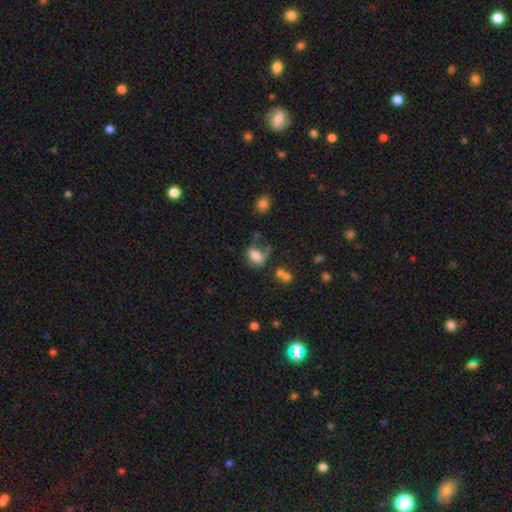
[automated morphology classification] Smooth or featured?
  - smooth: 74% *
  - featured or disk: 16%
  - star or artifact: 10%
How rounded?
  - in between: 83% *
  - round: 16%
  - cigar-shaped: 2%
Merging?
  - none: 37% *
  - minor disturbance: 24%
  - major disturbance: 23%
  - merger: 15%